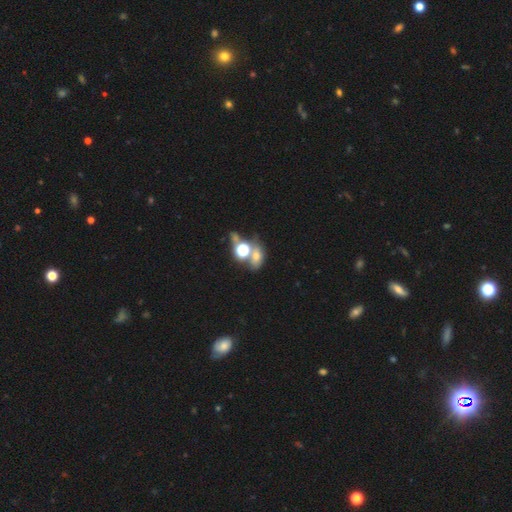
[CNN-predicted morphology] Smooth or featured?
  - smooth: 55% *
  - star or artifact: 28%
  - featured or disk: 17%
How rounded?
  - in between: 63% *
  - round: 35%
  - cigar-shaped: 3%
Merging?
  - merger: 40% * (tied)
  - none: 40% * (tied)
  - minor disturbance: 12%
  - major disturbance: 9%